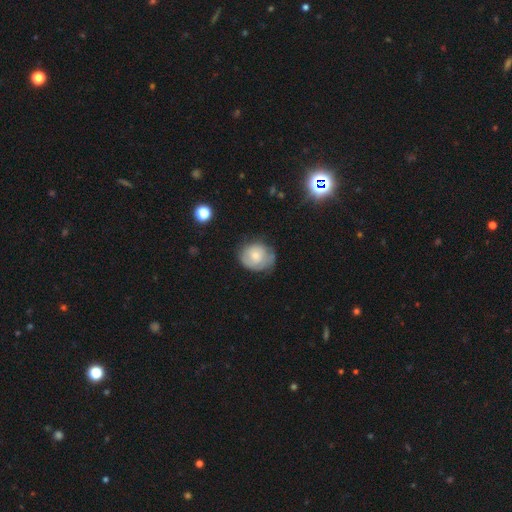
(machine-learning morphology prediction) Overall: smooth (53%; featured or disk 39%). How rounded: round (70%). Merging: none (56%; minor disturbance 31%).